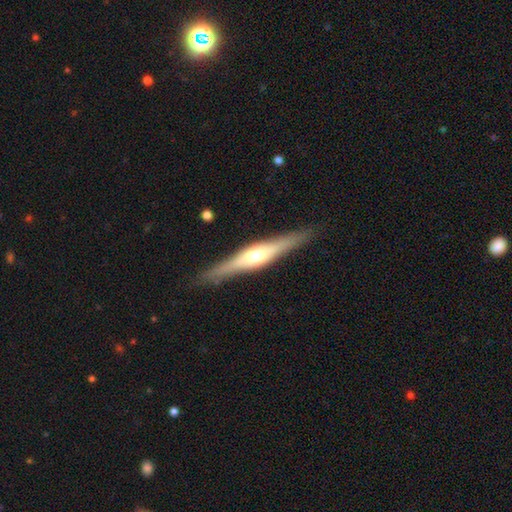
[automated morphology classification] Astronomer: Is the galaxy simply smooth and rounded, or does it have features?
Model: featured or disk — 71%.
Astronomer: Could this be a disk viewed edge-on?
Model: yes — 96%.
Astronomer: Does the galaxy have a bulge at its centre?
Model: rounded — 88%.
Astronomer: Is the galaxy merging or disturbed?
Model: none — 88%.